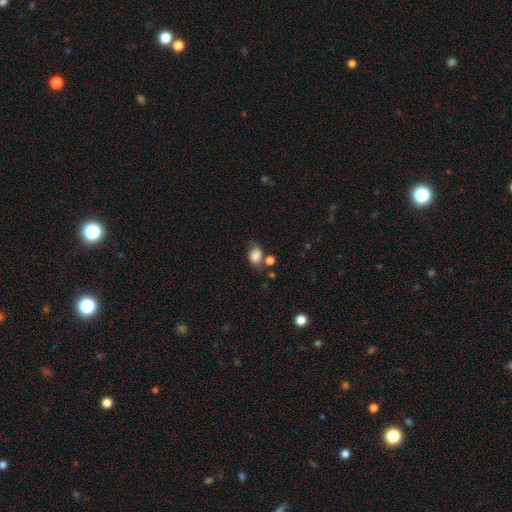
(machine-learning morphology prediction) A smooth galaxy with no disk features (81%) that is in between round and cigar-shaped (62%). Merging: none (51%).